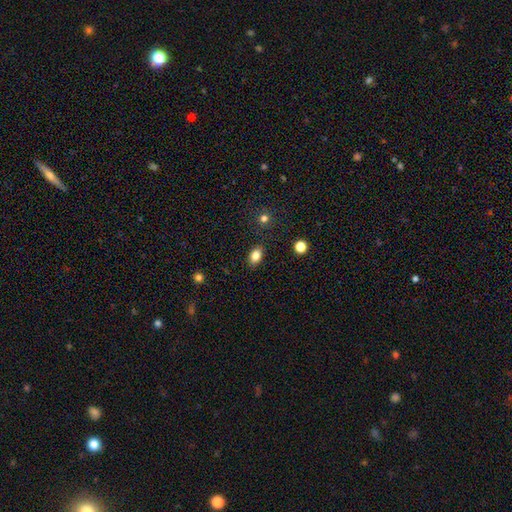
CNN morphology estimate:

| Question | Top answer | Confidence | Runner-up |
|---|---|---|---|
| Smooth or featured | smooth | 84% | star or artifact (10%) |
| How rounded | in between | 83% | round (16%) |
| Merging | none | 87% | minor disturbance (9%) |